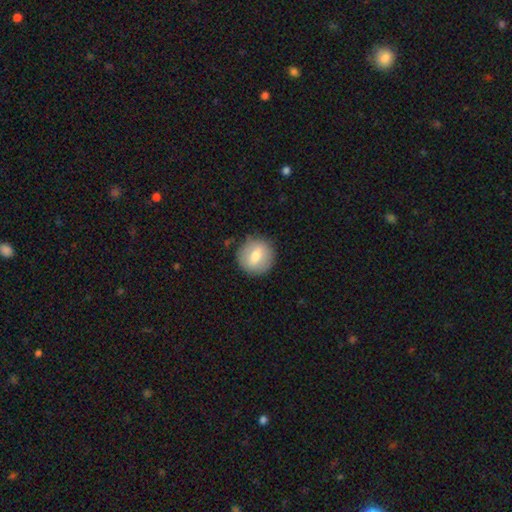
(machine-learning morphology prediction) Q: Smooth or featured?
A: smooth (66%); runner-up: featured or disk (26%)
Q: How rounded?
A: round (88%); runner-up: in between (10%)
Q: Merging?
A: none (87%); runner-up: minor disturbance (9%)